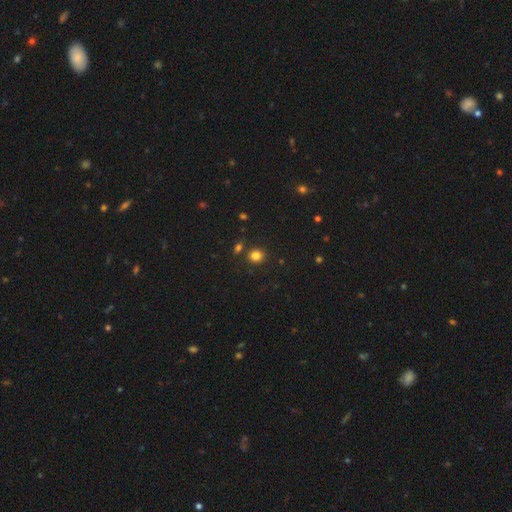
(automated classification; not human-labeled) Smooth or featured? Predicted: smooth (p=0.82). How rounded? Predicted: round (p=0.81). Merging? Predicted: none (p=0.82).